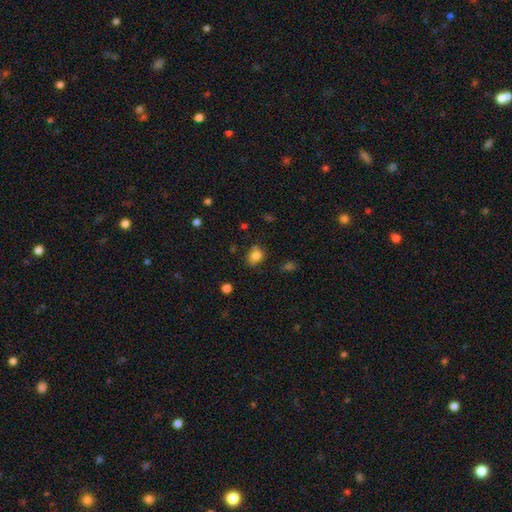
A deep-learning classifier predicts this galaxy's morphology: Smooth or featured?
  - smooth: 78% *
  - star or artifact: 12%
  - featured or disk: 10%
How rounded?
  - round: 53% *
  - in between: 46%
  - cigar-shaped: 1%
Merging?
  - none: 66% *
  - minor disturbance: 23%
  - merger: 6%
  - major disturbance: 6%